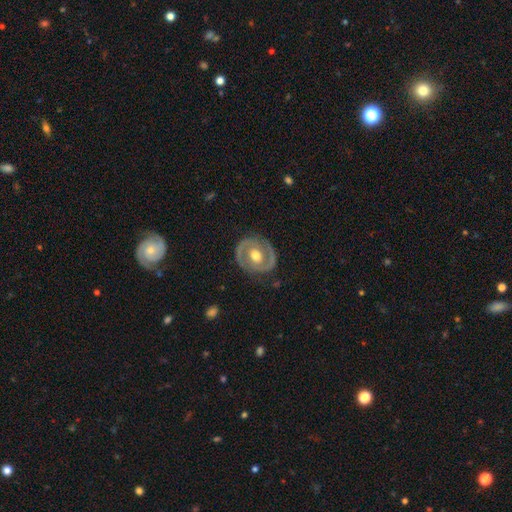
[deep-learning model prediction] A featured or disk galaxy (74%) with no bar (59%), spiral arms (63%) and a moderate central bulge (76%).

Vote fractions:
- Smooth or featured? featured or disk: 74% / smooth: 22% / star or artifact: 4%
- Edge-on disk? no: 96% / yes: 4%
- Bar? no: 59% / weak: 30% / strong: 11%
- Spiral arms? yes: 63% / no: 37%
- Bulge size? moderate: 76% / large: 13% / small: 8% / dominant: 1% / none: 1%
- Merging? none: 83% / minor disturbance: 11% / major disturbance: 4% / merger: 1%